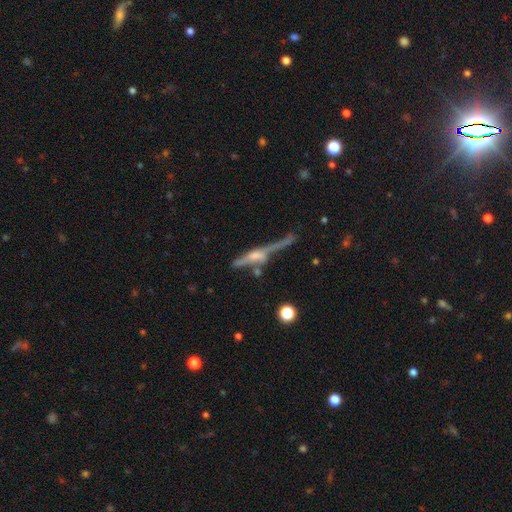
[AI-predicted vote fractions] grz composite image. It shows a featured or disk galaxy (74%) viewed edge-on (94%) with a rounded central bulge (72%). Merging: none (54%).